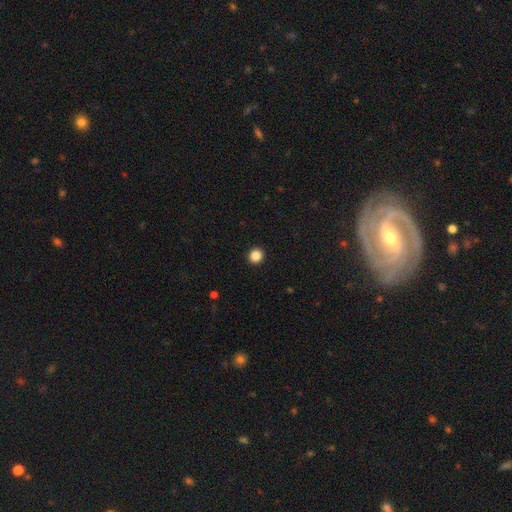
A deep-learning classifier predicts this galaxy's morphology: Smooth or featured: smooth — 86% (star or artifact — 11%)
How rounded: round — 93% (in between — 6%)
Merging: none — 94% (minor disturbance — 4%)